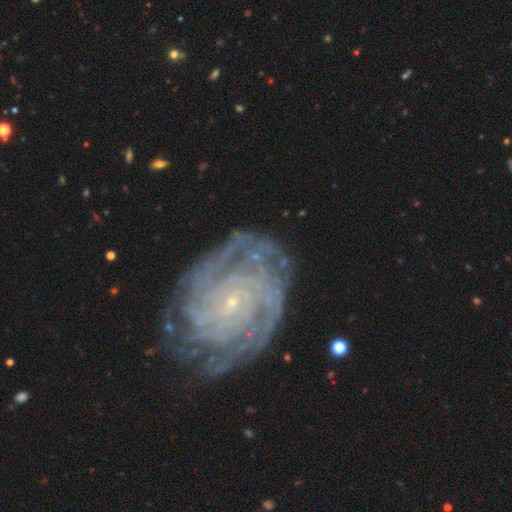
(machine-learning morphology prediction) Q: Smooth or featured?
A: featured or disk (87%); runner-up: star or artifact (7%)
Q: Edge-on disk?
A: no (97%); runner-up: yes (3%)
Q: Bar?
A: no (65%); runner-up: weak (26%)
Q: Spiral arms?
A: yes (97%); runner-up: no (3%)
Q: Spiral winding?
A: tight (78%); runner-up: medium (18%)
Q: Spiral arm count?
A: can't tell (24%); runner-up: 4 (22%)
Q: Bulge size?
A: small (89%); runner-up: moderate (7%)
Q: Merging?
A: none (70%); runner-up: minor disturbance (18%)